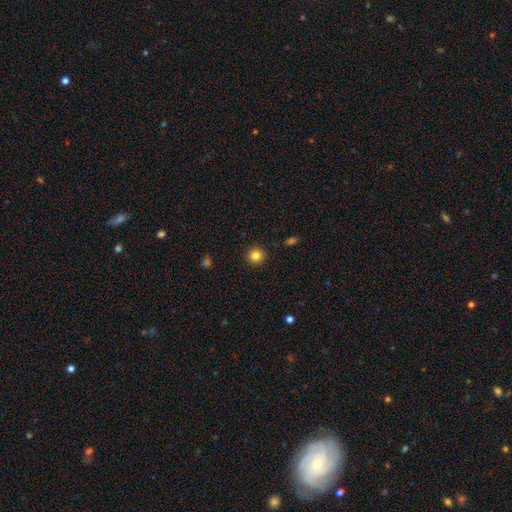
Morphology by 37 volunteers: A smooth galaxy with no disk features (89%) that is round (97%). Merging: none (97%).